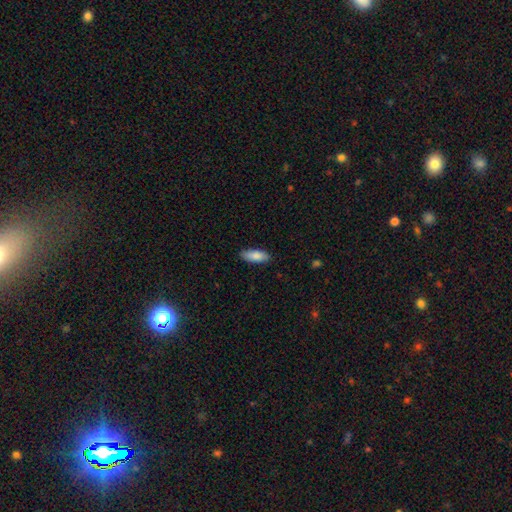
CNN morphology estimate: type=smooth (86%); roundness=in between (74%); merging=none (86%).